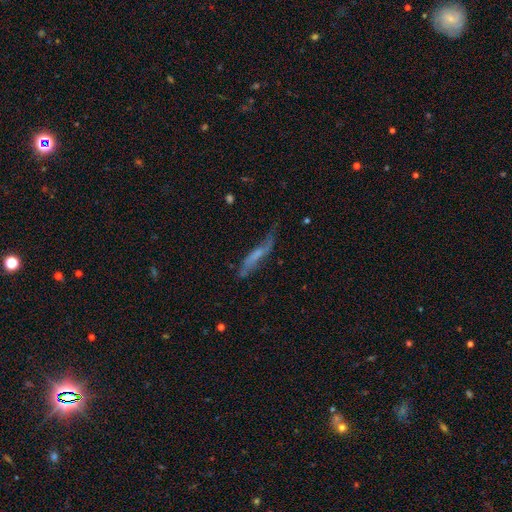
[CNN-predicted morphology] Smooth or featured? featured or disk (48%)
Merging? none (44%)